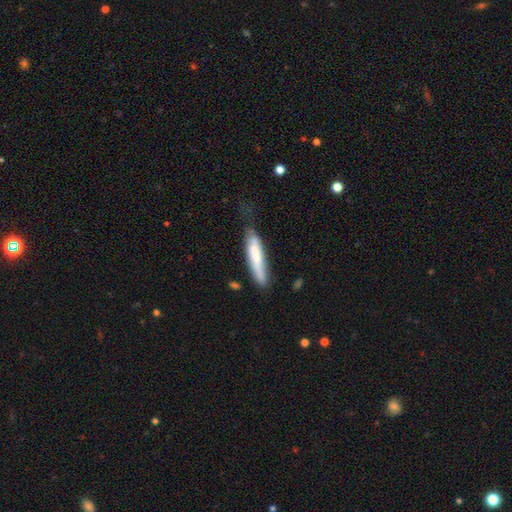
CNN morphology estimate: A smooth galaxy with no disk features (68%) that is cigar-shaped (82%). Merging: none (50%).